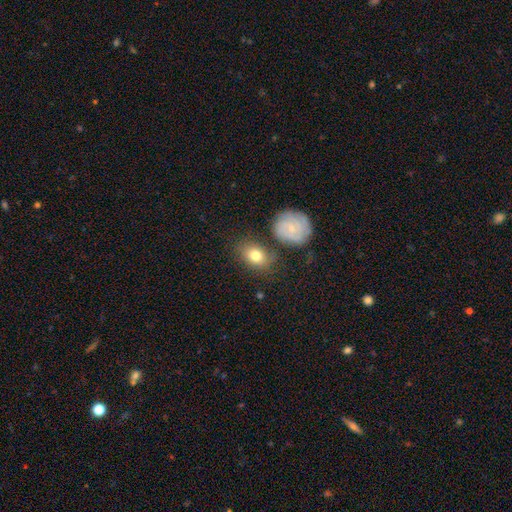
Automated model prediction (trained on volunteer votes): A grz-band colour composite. It shows a smooth galaxy with no disk features (67%) that is in between round and cigar-shaped (67%). Merging: none (71%).